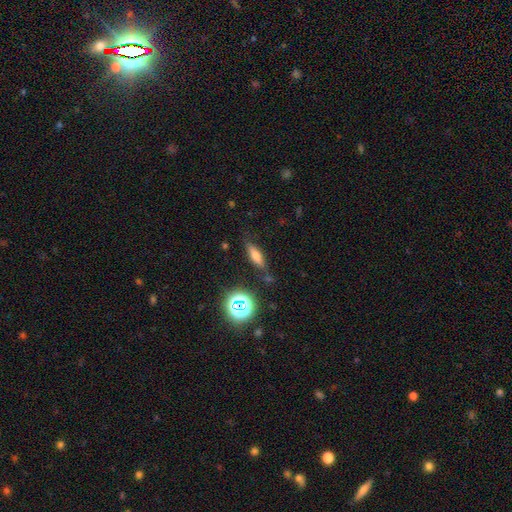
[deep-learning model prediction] smooth-or-featured: smooth: 60% | featured or disk: 24% | star or artifact: 15%
  how-rounded: cigar-shaped: 58% | in between: 36% | round: 5%
  merging: none: 76% | minor disturbance: 15% | merger: 5% | major disturbance: 4%